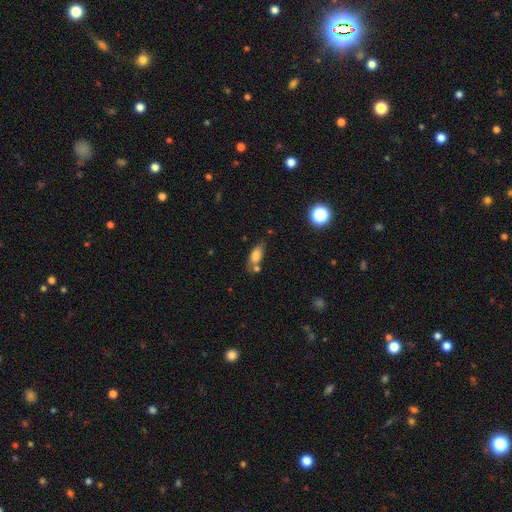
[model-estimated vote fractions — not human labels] Morphology: type=smooth (77%); roundness=in between (84%); merging=none (56%).